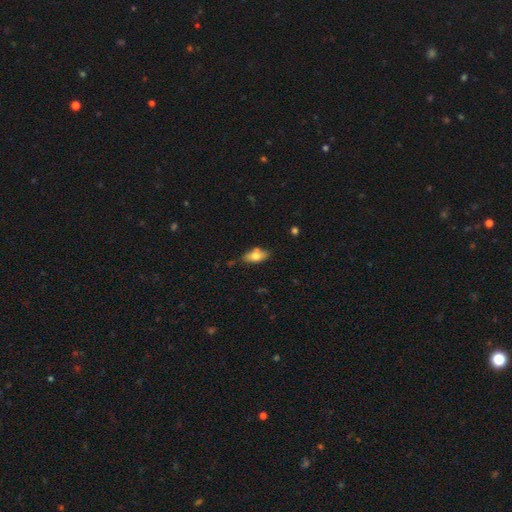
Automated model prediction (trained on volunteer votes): Smooth or featured?
  - smooth: 72% *
  - featured or disk: 21%
  - star or artifact: 7%
How rounded?
  - in between: 86% *
  - cigar-shaped: 11%
  - round: 4%
Merging?
  - none: 71% *
  - minor disturbance: 20%
  - merger: 6%
  - major disturbance: 4%